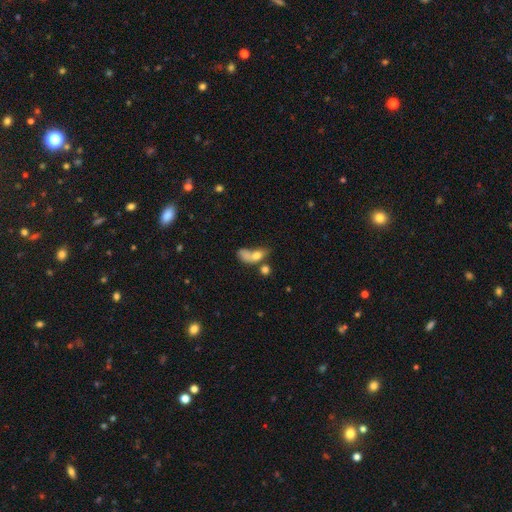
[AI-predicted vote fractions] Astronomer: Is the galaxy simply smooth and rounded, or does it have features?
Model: smooth — 64%.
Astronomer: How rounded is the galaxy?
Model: in between — 69%.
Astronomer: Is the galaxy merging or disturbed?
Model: merger — 41% (runner-up: major disturbance, 26%).